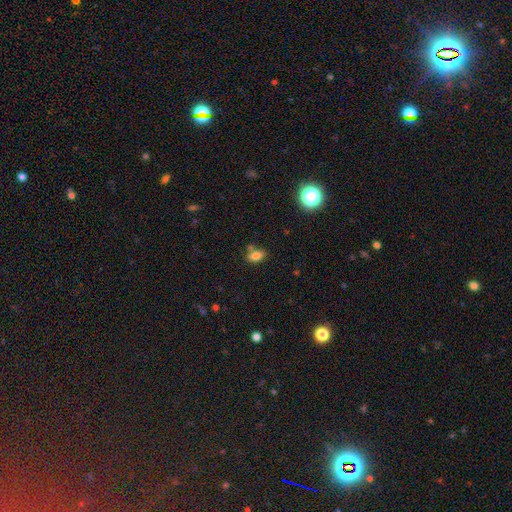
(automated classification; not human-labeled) The model was most divided on "merging": none: 67%, minor disturbance: 15%, merger: 14%, major disturbance: 4%. More confident: how rounded — in between (87%); smooth or featured — smooth (81%).